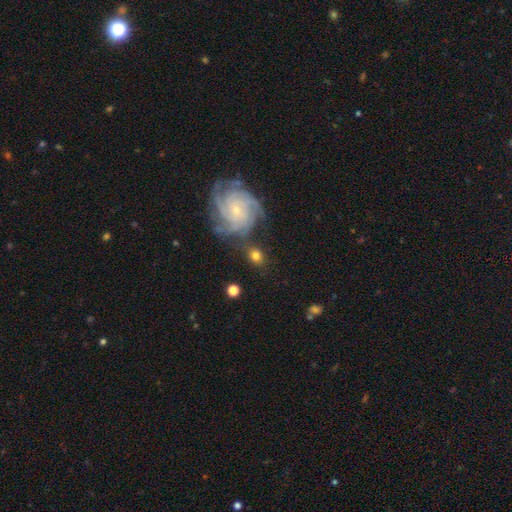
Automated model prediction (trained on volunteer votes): Smooth or featured? smooth (47%)
Merging? none (72%)